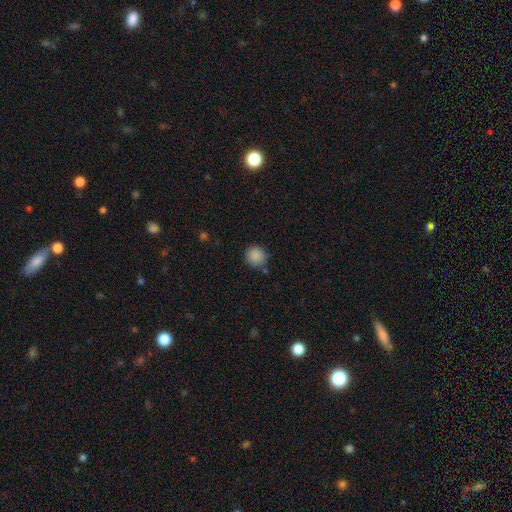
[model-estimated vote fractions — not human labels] Q: Smooth or featured?
A: smooth (88%); runner-up: star or artifact (9%)
Q: How rounded?
A: round (91%); runner-up: in between (8%)
Q: Merging?
A: none (82%); runner-up: minor disturbance (11%)